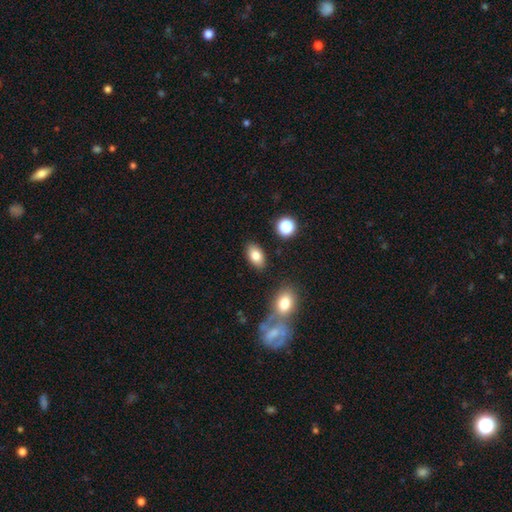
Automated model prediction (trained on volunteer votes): Smooth or featured?
  - smooth: 81% *
  - featured or disk: 10%
  - star or artifact: 9%
How rounded?
  - in between: 90% *
  - round: 8%
  - cigar-shaped: 2%
Merging?
  - none: 85% *
  - minor disturbance: 9%
  - merger: 3%
  - major disturbance: 3%